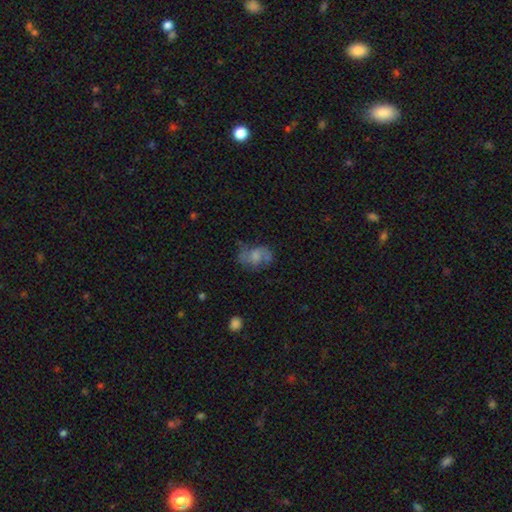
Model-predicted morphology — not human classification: Q: Smooth or featured?
A: featured or disk (47%); runner-up: smooth (43%)
Q: Merging?
A: none (49%); runner-up: minor disturbance (26%)